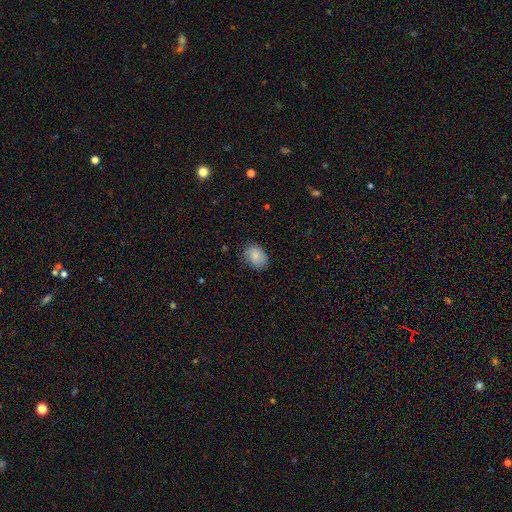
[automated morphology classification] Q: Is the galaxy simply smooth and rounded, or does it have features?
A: smooth — 80%.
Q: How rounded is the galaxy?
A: in between — 66%.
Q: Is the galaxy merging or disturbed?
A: none — 72%.